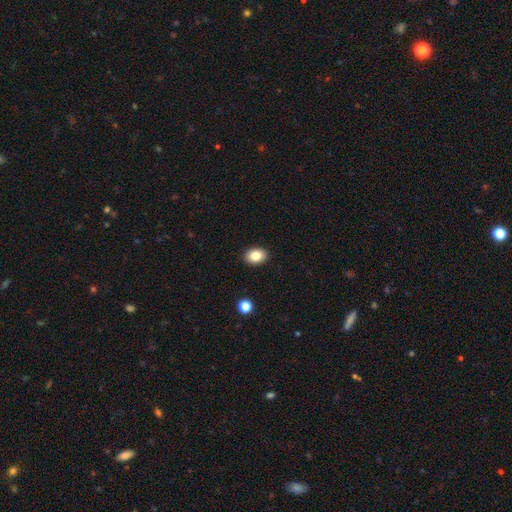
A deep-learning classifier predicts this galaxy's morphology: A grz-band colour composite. It shows a smooth galaxy with no disk features (84%) that is in between round and cigar-shaped (73%). Merging: none (90%).